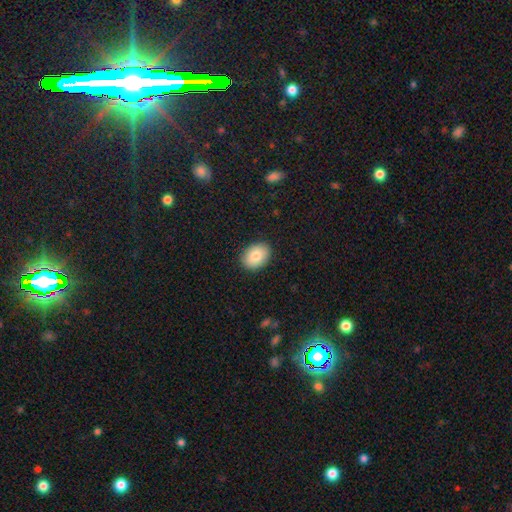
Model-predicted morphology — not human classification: Overall: smooth (84%). How rounded: in between (71%). Merging: none (89%).